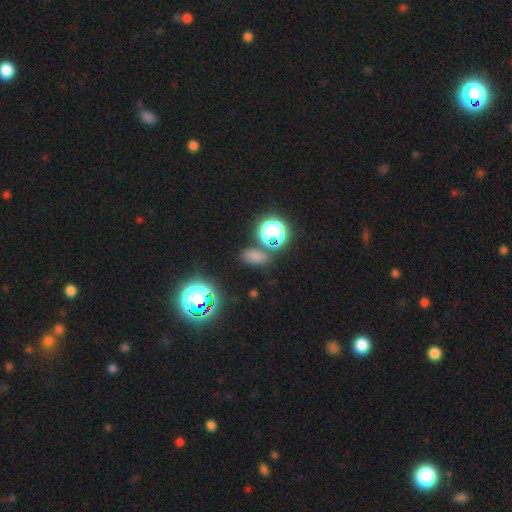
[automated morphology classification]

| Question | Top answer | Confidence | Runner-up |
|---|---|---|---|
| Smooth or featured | smooth | 63% | star or artifact (30%) |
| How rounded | in between | 73% | round (24%) |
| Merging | none | 72% | minor disturbance (13%) |